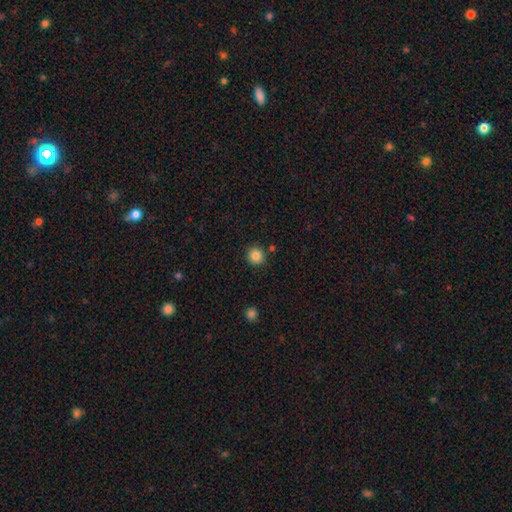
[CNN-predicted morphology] This is clearly a smooth galaxy (86%). How rounded: clearly round (93%). Merging: clearly none (89%).